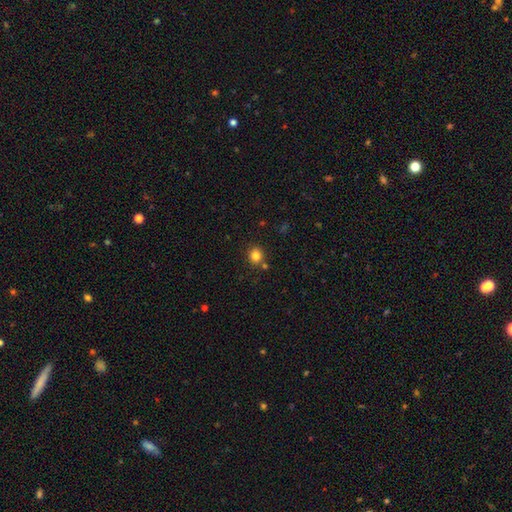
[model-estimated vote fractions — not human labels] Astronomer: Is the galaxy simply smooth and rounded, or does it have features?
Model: smooth — 83%.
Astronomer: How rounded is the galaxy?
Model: round — 83%.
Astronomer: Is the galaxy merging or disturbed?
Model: none — 81%.